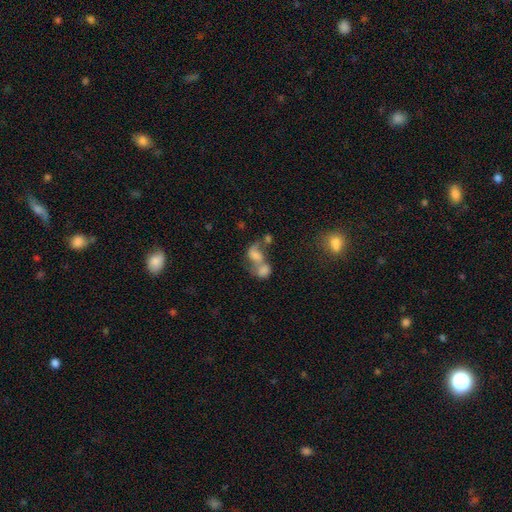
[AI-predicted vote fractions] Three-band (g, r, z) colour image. It shows a smooth galaxy with no disk features (51%) that is in between round and cigar-shaped (73%). Merging: merger (67%).